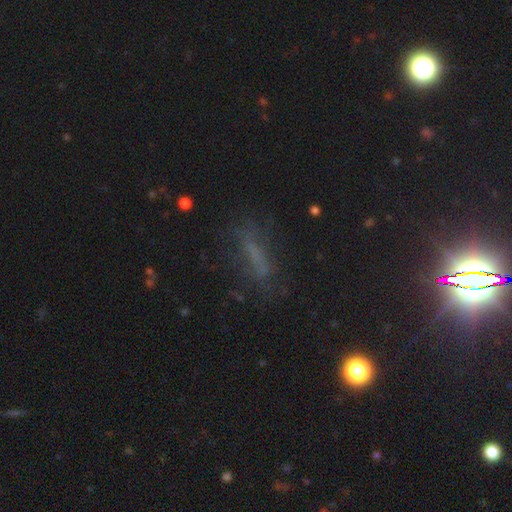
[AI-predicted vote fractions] A smooth galaxy with no disk features (41%). Merging: none (65%).